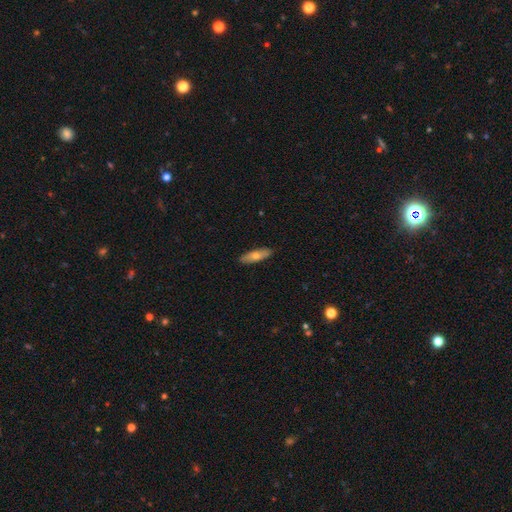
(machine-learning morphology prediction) Smooth or featured: smooth — 62% (featured or disk — 32%)
How rounded: cigar-shaped — 63% (in between — 35%)
Merging: none — 89% (minor disturbance — 8%)